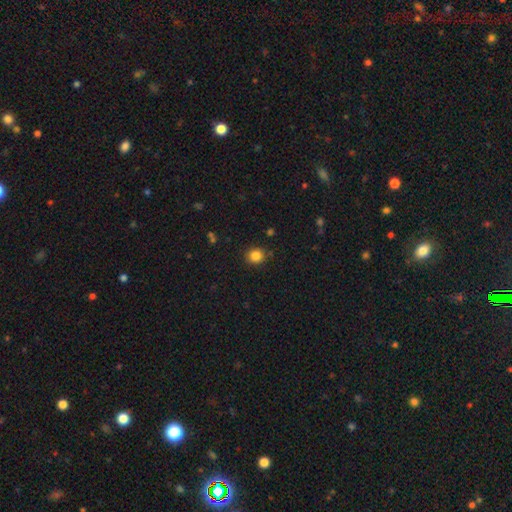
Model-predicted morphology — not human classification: smooth-or-featured: smooth: 84% | star or artifact: 11% | featured or disk: 4%
  how-rounded: round: 81% | in between: 18% | cigar-shaped: 1%
  merging: none: 87% | minor disturbance: 8% | major disturbance: 2% | merger: 2%